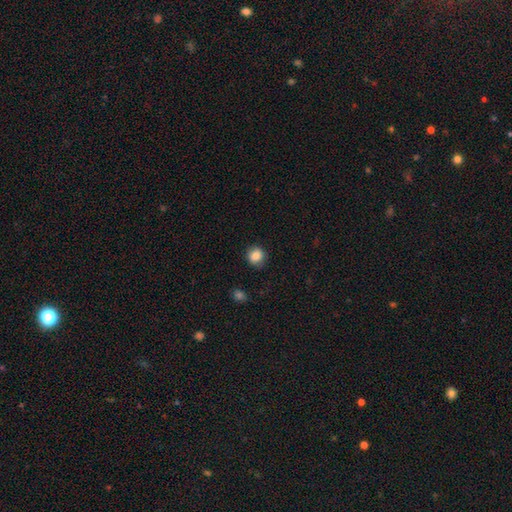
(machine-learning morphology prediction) Smooth or featured? smooth (86%)
How rounded? round (85%)
Merging? none (87%)